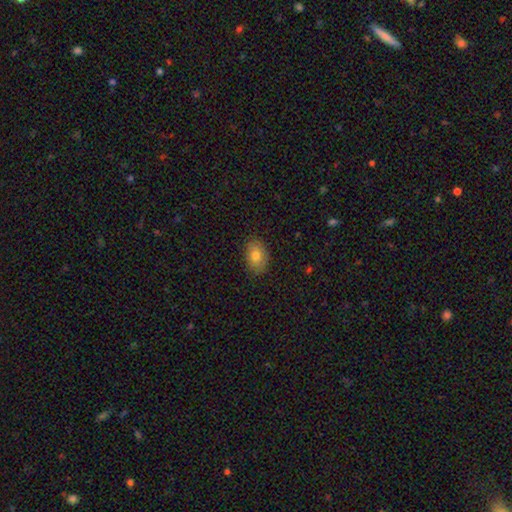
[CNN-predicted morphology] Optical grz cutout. It shows a smooth galaxy with no disk features (76%) that is in between round and cigar-shaped (84%). Merging: none (83%).